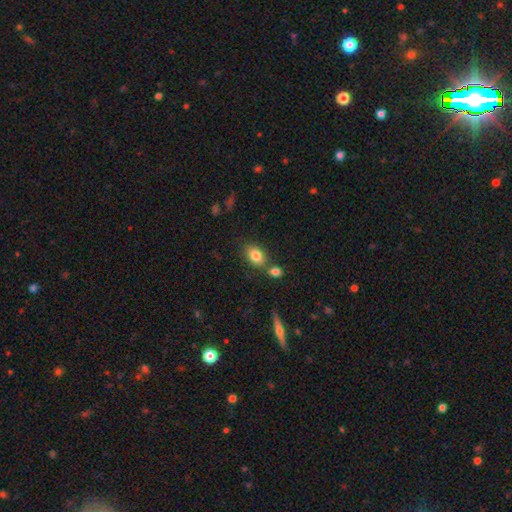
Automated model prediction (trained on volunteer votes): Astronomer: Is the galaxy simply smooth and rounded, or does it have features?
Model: smooth — 83%.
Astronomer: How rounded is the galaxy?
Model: in between — 80%.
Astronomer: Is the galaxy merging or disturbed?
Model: none — 67%.